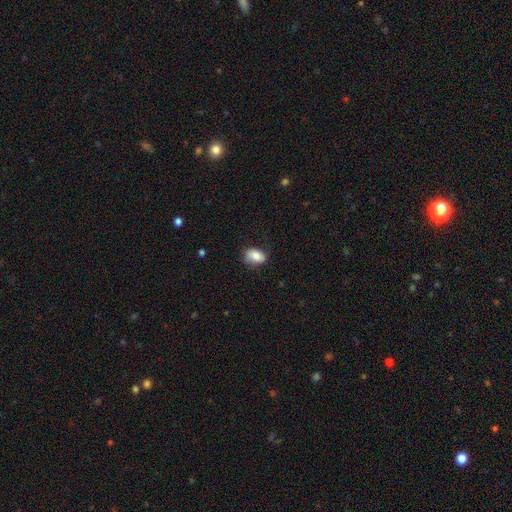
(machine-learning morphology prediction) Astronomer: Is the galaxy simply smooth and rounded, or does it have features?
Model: smooth — 79%.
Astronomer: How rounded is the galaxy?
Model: in between — 81%.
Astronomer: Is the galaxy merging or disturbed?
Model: none — 68%.